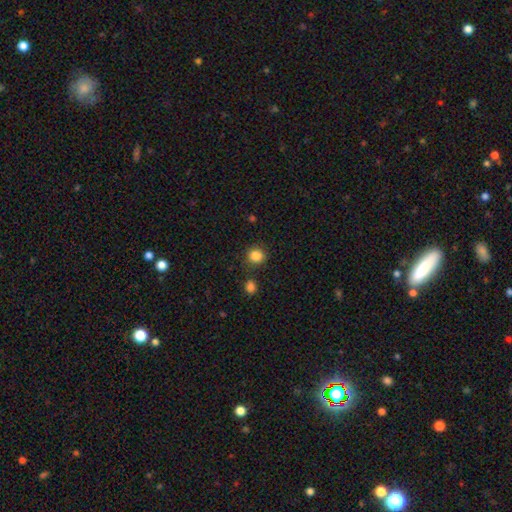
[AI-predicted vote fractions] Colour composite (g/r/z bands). It shows a smooth galaxy with no disk features (85%) that is round (86%). Merging: none (83%).